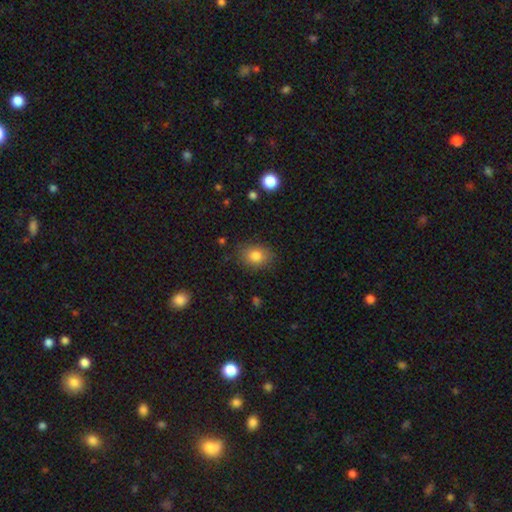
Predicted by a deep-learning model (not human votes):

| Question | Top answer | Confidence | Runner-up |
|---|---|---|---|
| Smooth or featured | smooth | 82% | star or artifact (10%) |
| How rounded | in between | 56% | round (43%) |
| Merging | none | 83% | minor disturbance (13%) |